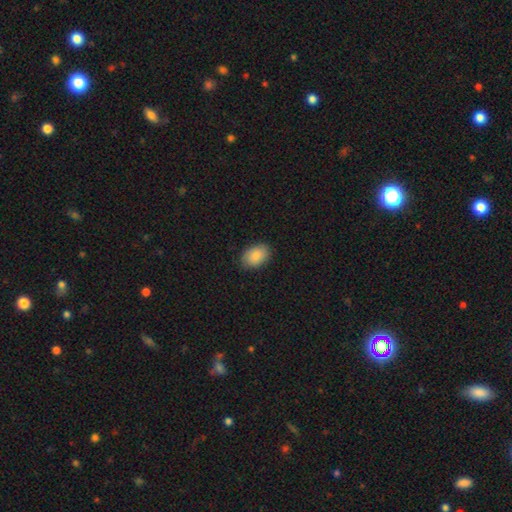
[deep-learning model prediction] smooth-or-featured: smooth: 87% | star or artifact: 7% | featured or disk: 6%
  how-rounded: in between: 84% | round: 14% | cigar-shaped: 1%
  merging: none: 86% | minor disturbance: 11% | major disturbance: 2% | merger: 1%